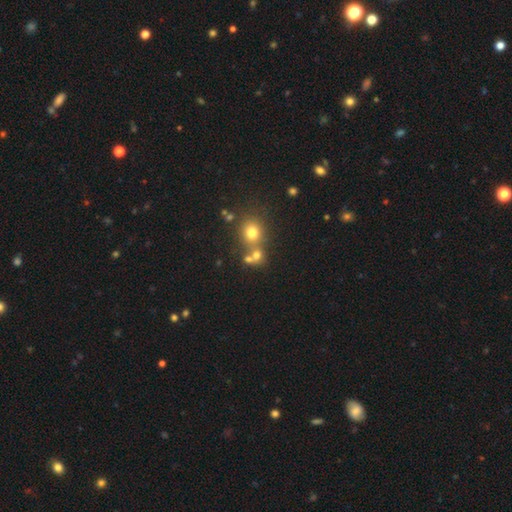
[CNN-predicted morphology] Smooth or featured: smooth — 68% (star or artifact — 19%)
How rounded: round — 81% (in between — 18%)
Merging: none — 49% (merger — 39%)